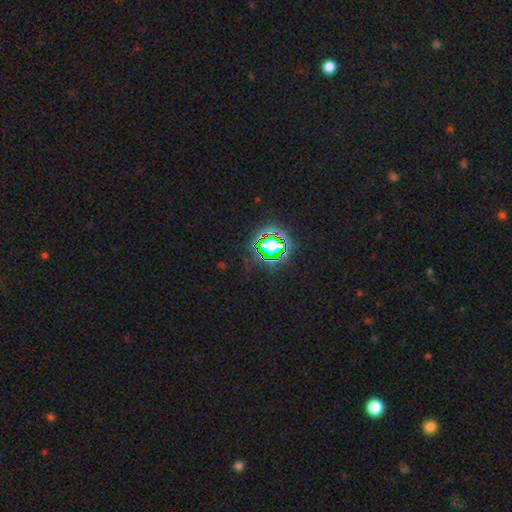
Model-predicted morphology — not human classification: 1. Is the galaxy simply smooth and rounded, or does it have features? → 79% star or artifact, 14% smooth, 7% featured or disk.